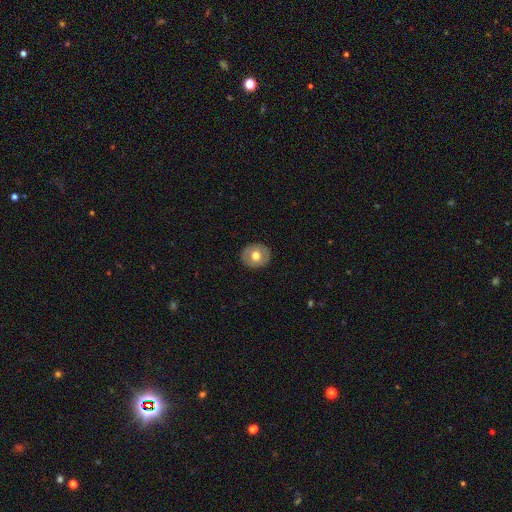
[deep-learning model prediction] Q: Smooth or featured?
A: smooth (60%); runner-up: featured or disk (34%)
Q: How rounded?
A: round (80%); runner-up: in between (19%)
Q: Merging?
A: none (89%); runner-up: minor disturbance (8%)